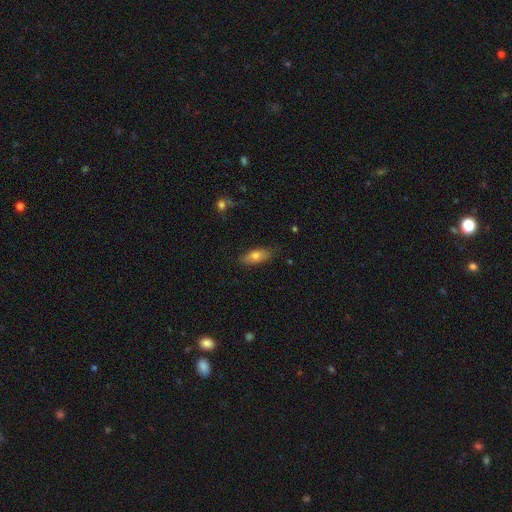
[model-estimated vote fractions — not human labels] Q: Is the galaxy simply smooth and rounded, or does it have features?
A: smooth — 72%.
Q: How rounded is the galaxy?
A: in between — 77%.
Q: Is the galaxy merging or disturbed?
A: none — 81%.